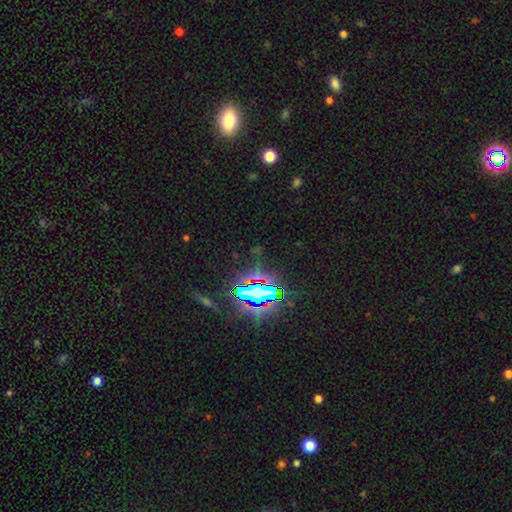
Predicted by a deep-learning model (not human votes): Smooth or featured: star or artifact — 81% (smooth — 11%)